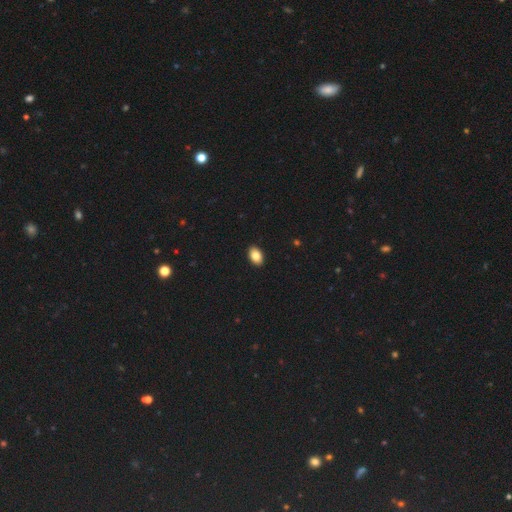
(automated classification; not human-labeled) Smooth or featured? Predicted: smooth (p=0.85). How rounded? Predicted: in between (p=0.88). Merging? Predicted: none (p=0.92).